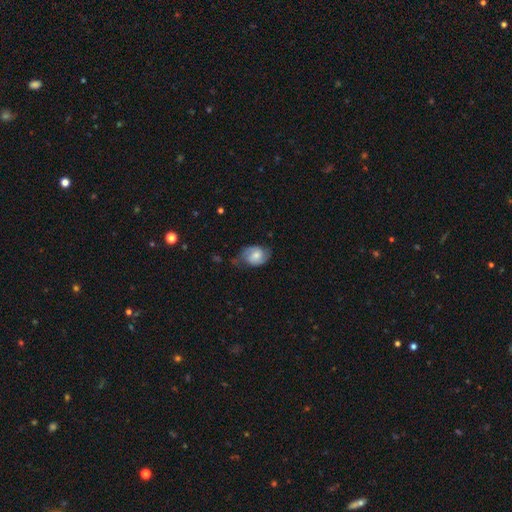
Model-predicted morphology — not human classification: This is possibly a featured or disk galaxy (51%). It is clearly not viewed edge-on (97%). Merging: possibly none (55%).